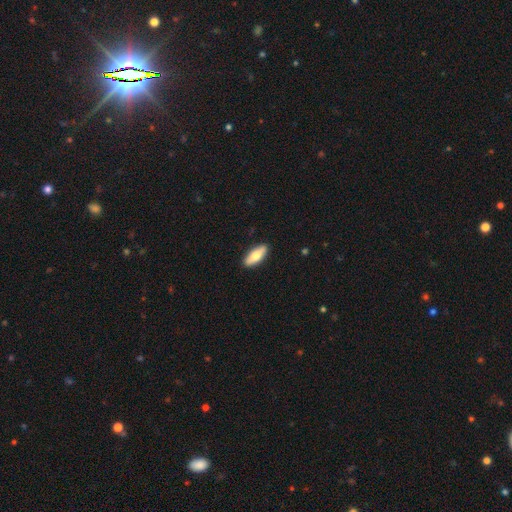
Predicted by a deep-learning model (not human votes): smooth-or-featured: smooth: 71% | featured or disk: 23% | star or artifact: 5%
  how-rounded: in between: 72% | cigar-shaped: 26% | round: 2%
  merging: none: 89% | minor disturbance: 8% | major disturbance: 2% | merger: 1%